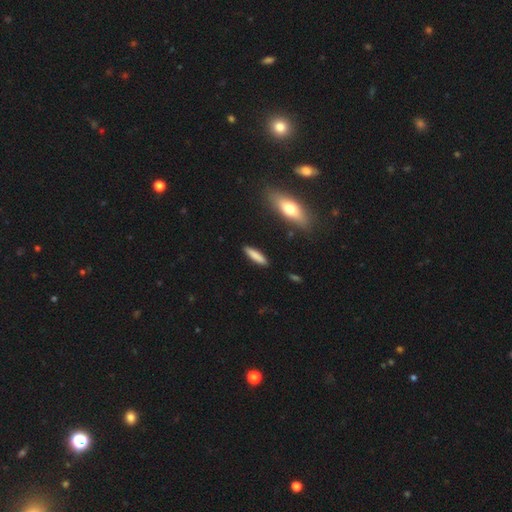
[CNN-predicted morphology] Smooth or featured?
  - smooth: 83% *
  - featured or disk: 11%
  - star or artifact: 6%
How rounded?
  - cigar-shaped: 77% *
  - in between: 22%
  - round: 2%
Merging?
  - none: 88% *
  - minor disturbance: 8%
  - major disturbance: 2%
  - merger: 2%